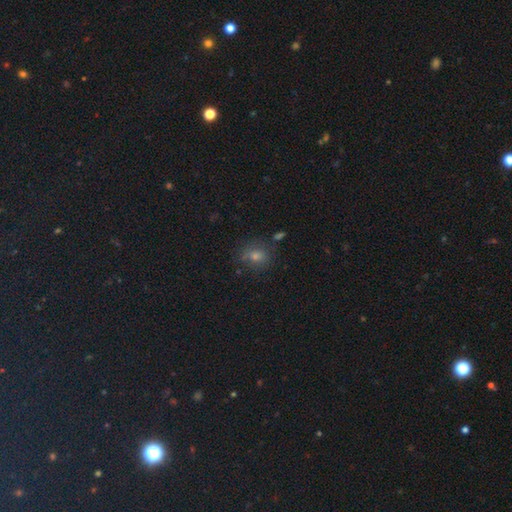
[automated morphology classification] smooth_or_featured: smooth (p=0.63) [alt: star or artifact p=0.25]
how_rounded: round (p=0.68) [alt: in between p=0.30]
merging: none (p=0.77) [alt: minor disturbance p=0.13]